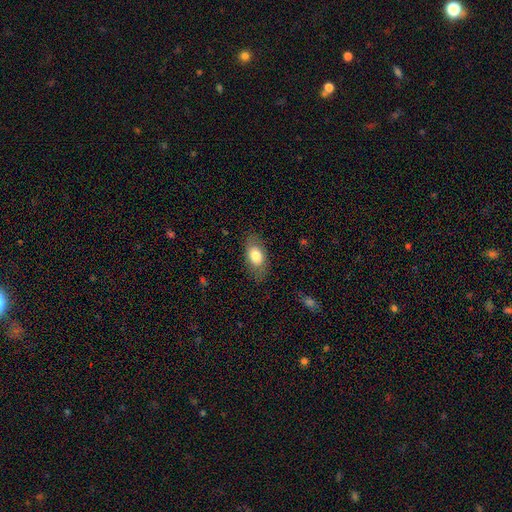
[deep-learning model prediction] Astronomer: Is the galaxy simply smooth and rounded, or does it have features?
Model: smooth — 75%.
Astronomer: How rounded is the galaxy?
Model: in between — 88%.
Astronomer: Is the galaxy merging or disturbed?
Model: none — 79%.